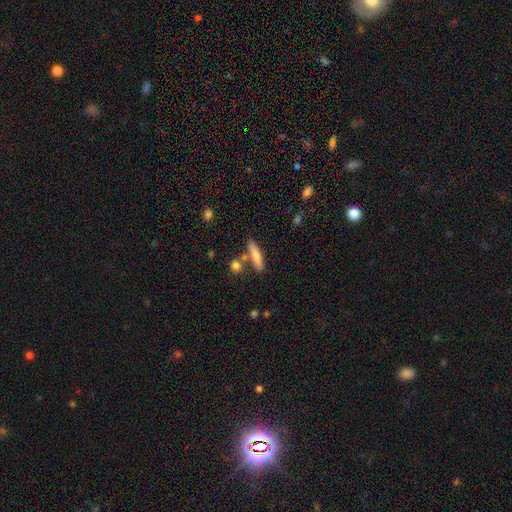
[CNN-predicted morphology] This appears to be a smooth galaxy with no disk features (77%) that is cigar-shaped (80%). Merging: none (74%).